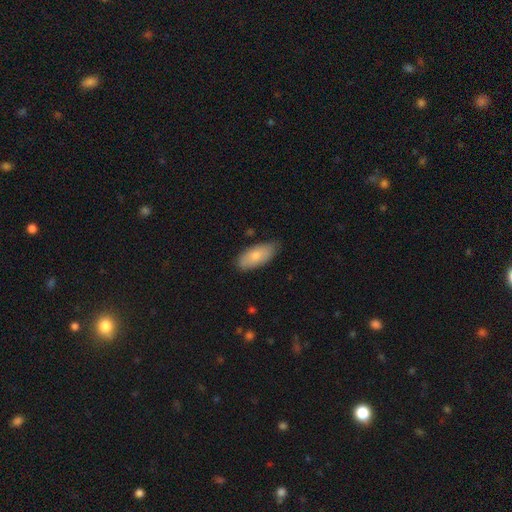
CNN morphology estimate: smooth 78%, featured or disk 16%, star or artifact 6%. Down the decision tree: how rounded — in between (88%); merging — none (75%).